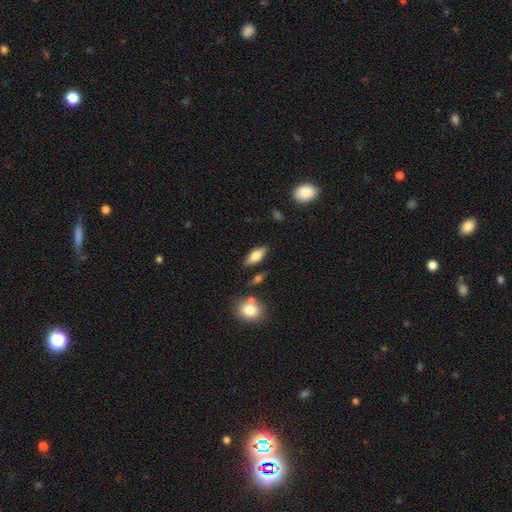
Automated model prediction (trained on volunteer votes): Overall: smooth (72%). How rounded: in between (80%). Merging: none (81%).